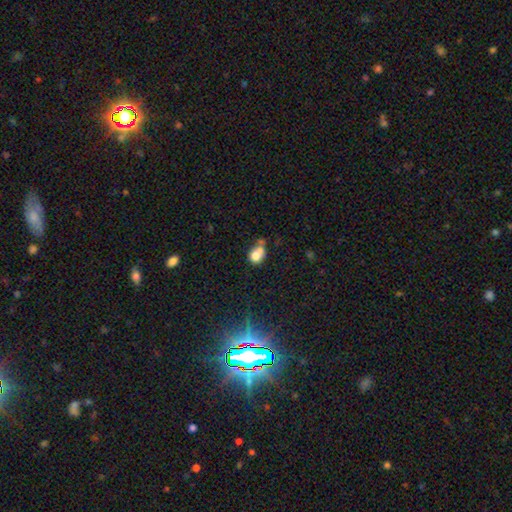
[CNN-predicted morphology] A smooth galaxy with no disk features (73%) that is round (55%). Merging: merger (44%).